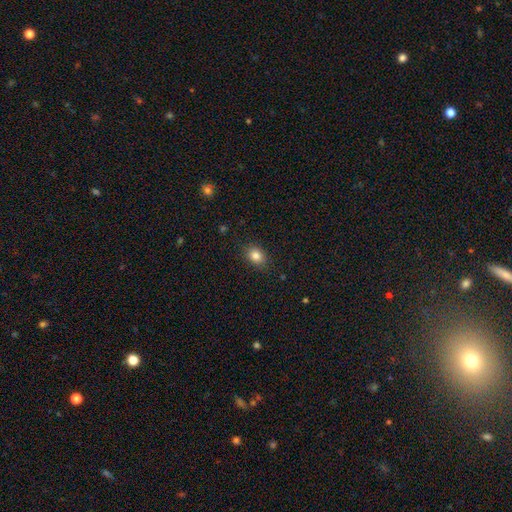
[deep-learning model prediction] The model was most divided on "how rounded": in between: 59%, round: 40%, cigar-shaped: 1%. More confident: merging — none (87%); smooth or featured — smooth (83%).